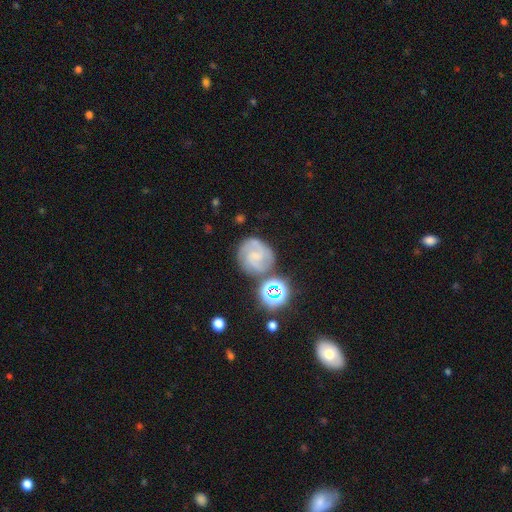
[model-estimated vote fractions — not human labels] A featured or disk galaxy (72%) with no bar (45%, tied with weak), 2 (51%) tight (46%) spiral arms (95%) and a small central bulge (59%). Merging: none (69%).